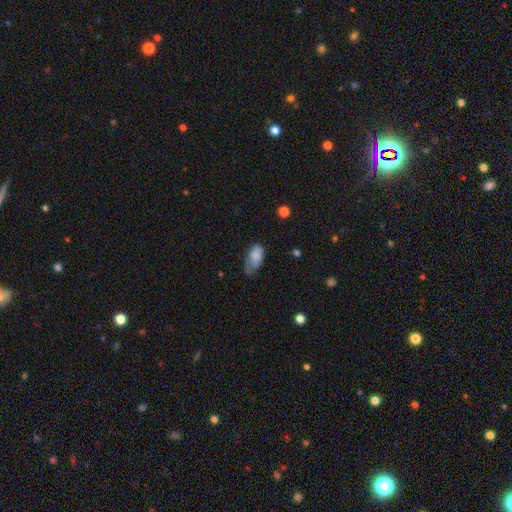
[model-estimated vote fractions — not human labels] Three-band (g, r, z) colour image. It shows a smooth galaxy with no disk features (75%) that is in between round and cigar-shaped (93%). Merging: minor disturbance (41%).